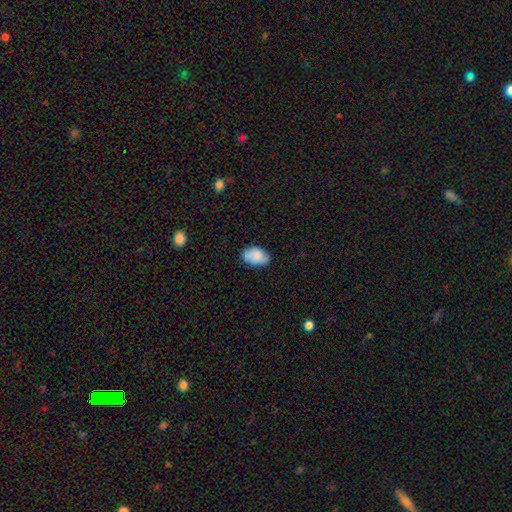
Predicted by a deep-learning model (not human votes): Smooth or featured?
  - smooth: 81% *
  - featured or disk: 12%
  - star or artifact: 7%
How rounded?
  - in between: 91% *
  - round: 8%
  - cigar-shaped: 1%
Merging?
  - none: 75% *
  - minor disturbance: 20%
  - major disturbance: 3%
  - merger: 2%